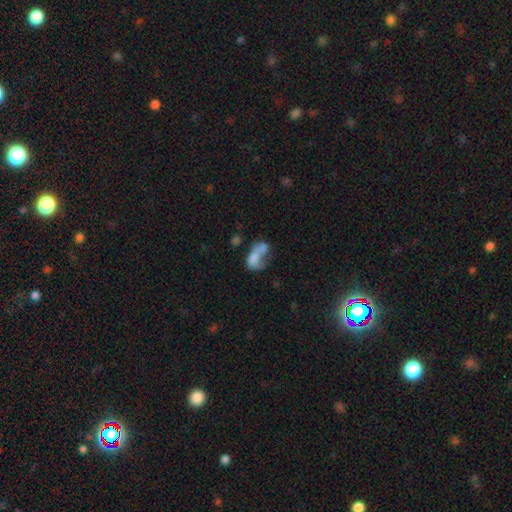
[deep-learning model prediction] Smooth or featured? smooth (60%)
How rounded? in between (85%)
Merging? merger (50%)